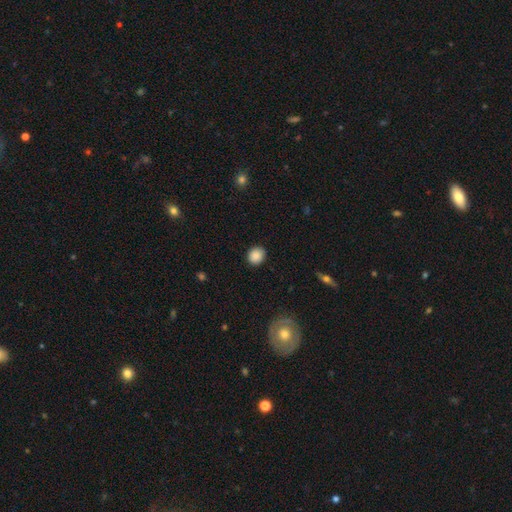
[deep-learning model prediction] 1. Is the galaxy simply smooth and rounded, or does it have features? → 88% smooth, 9% star or artifact, 3% featured or disk.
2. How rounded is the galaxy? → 74% round, 25% in between, 1% cigar-shaped.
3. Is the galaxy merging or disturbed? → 89% none, 8% minor disturbance, 2% major disturbance, 1% merger.